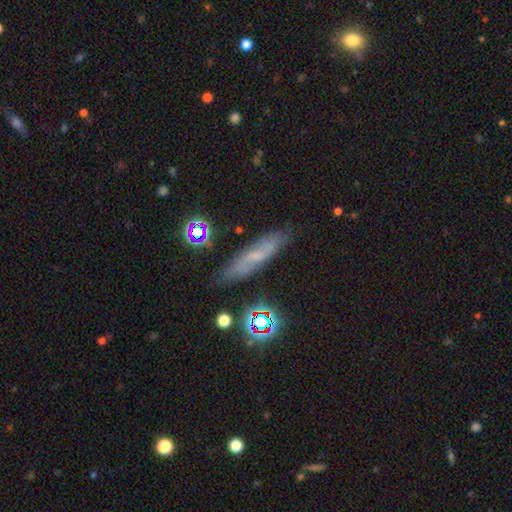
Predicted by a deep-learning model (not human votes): smooth-or-featured: featured or disk: 41% | smooth: 40% | star or artifact: 19%
  merging: none: 77% | minor disturbance: 16% | major disturbance: 5% | merger: 3%